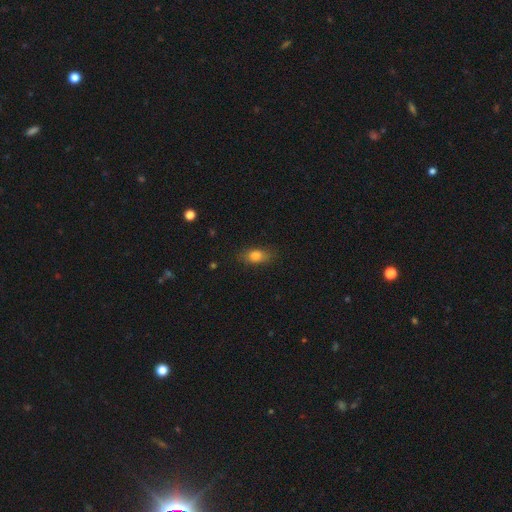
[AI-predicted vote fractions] Overall: smooth (79%). How rounded: in between (79%). Merging: none (83%).